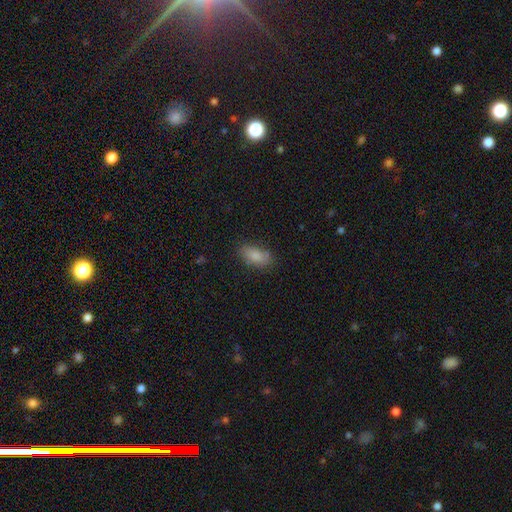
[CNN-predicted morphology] type=smooth (86%); roundness=in between (90%); merging=none (78%).